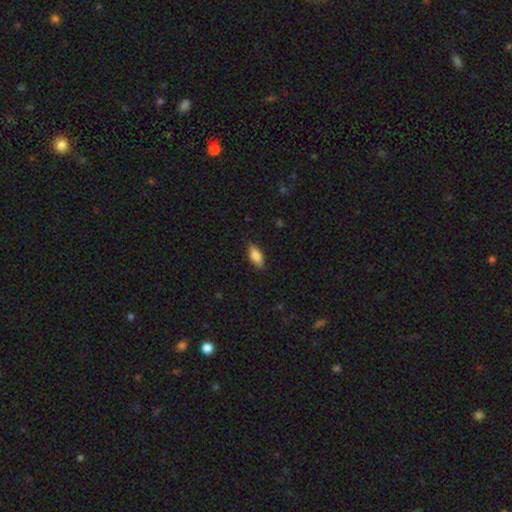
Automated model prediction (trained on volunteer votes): smooth-or-featured: smooth: 82% | featured or disk: 11% | star or artifact: 7%
  how-rounded: in between: 83% | cigar-shaped: 14% | round: 2%
  merging: none: 85% | minor disturbance: 12% | major disturbance: 2% | merger: 1%